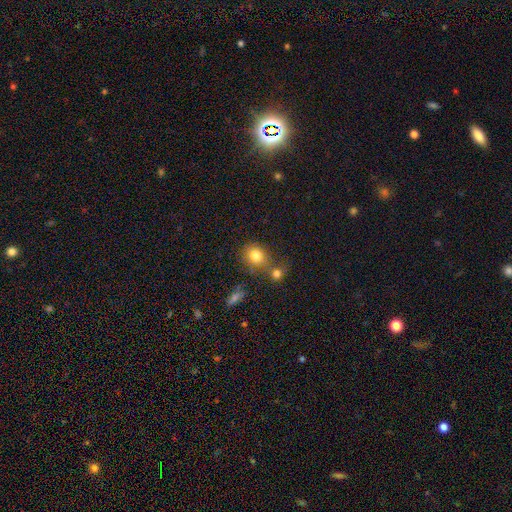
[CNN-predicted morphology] smooth_or_featured: smooth (p=0.80) [alt: star or artifact p=0.12]
how_rounded: round (p=0.68) [alt: in between p=0.31]
merging: none (p=0.57) [alt: merger p=0.25]